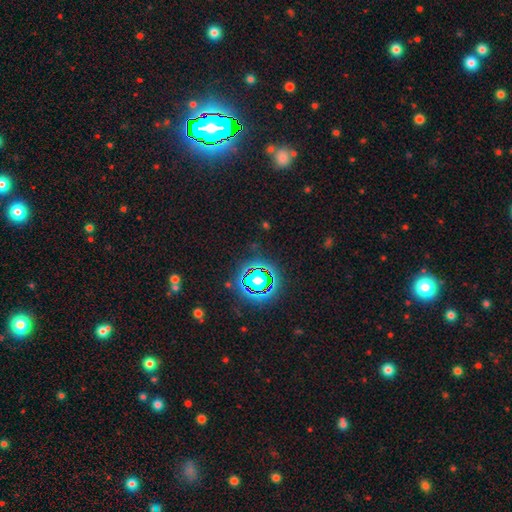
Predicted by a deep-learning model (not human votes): Smooth or featured? star or artifact (82%)